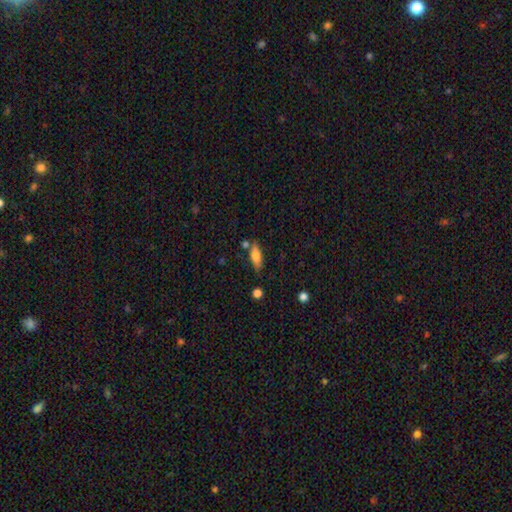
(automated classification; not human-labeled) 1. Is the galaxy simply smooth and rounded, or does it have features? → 71% smooth, 22% featured or disk, 7% star or artifact.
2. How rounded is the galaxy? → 62% in between, 35% cigar-shaped, 3% round.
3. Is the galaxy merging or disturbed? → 73% none, 15% minor disturbance, 8% merger, 4% major disturbance.